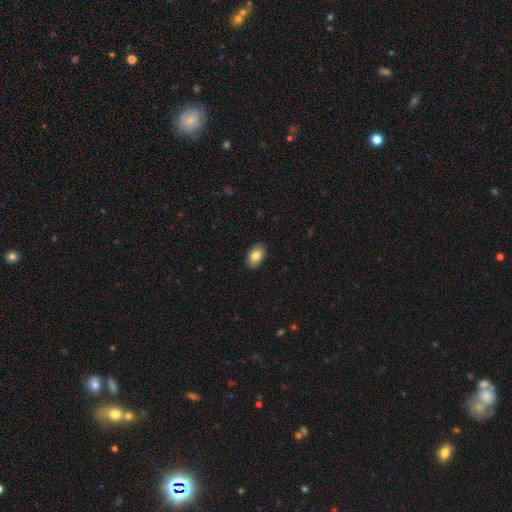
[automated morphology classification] A smooth galaxy with no disk features (82%) that is in between round and cigar-shaped (93%). Merging: none (88%).